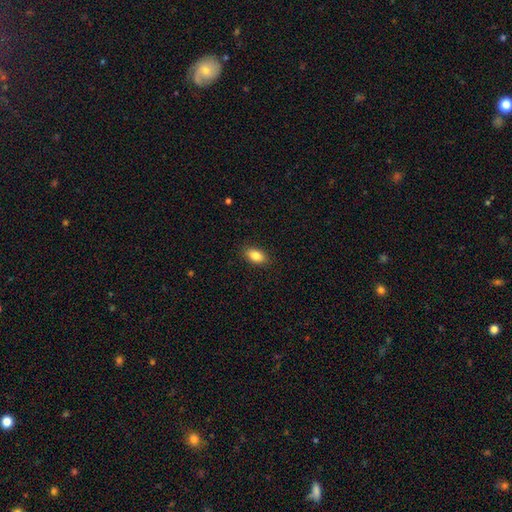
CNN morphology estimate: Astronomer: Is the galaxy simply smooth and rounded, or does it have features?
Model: smooth — 85%.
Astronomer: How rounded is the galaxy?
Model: in between — 90%.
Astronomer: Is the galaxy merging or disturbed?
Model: none — 88%.